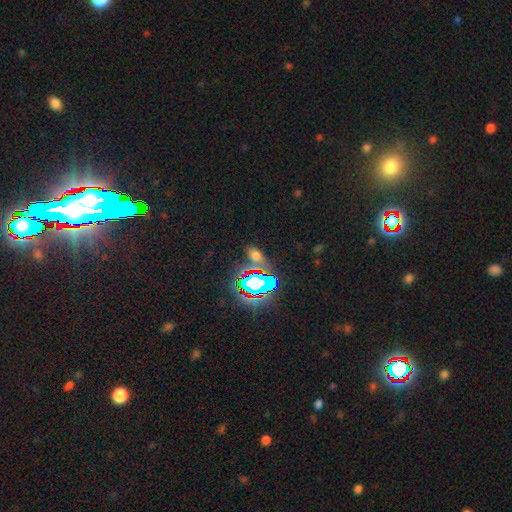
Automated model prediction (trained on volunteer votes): Morphology: type=smooth (46%); merging=none (69%).